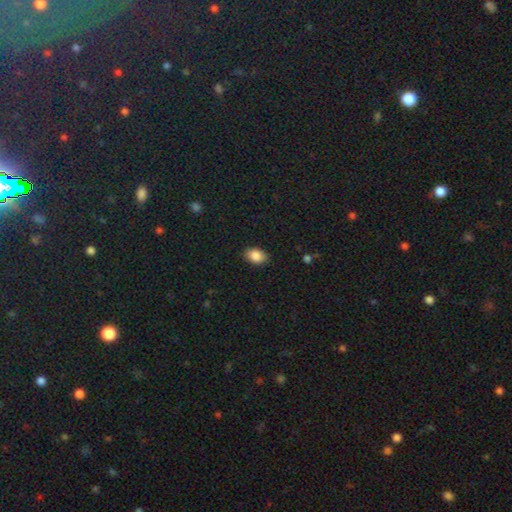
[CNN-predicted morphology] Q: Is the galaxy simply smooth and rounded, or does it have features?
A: smooth — 87%.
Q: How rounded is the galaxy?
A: in between — 83%.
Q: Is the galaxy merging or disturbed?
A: none — 87%.